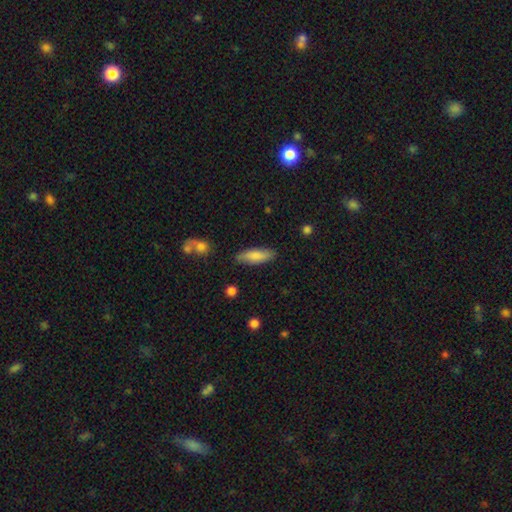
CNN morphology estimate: A smooth galaxy with no disk features (81%) that is in between round and cigar-shaped (54%). Merging: none (83%).